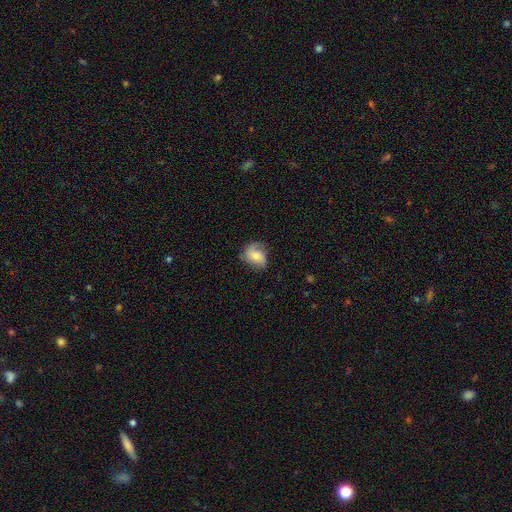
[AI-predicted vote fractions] smooth-or-featured: smooth: 57% | featured or disk: 35% | star or artifact: 8%
  how-rounded: in between: 55% | round: 44% | cigar-shaped: 1%
  merging: none: 57% | minor disturbance: 29% | major disturbance: 13% | merger: 2%